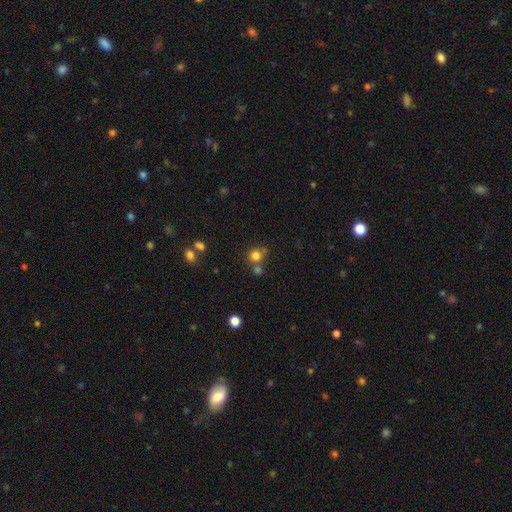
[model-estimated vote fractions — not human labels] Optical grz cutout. It shows a smooth galaxy with no disk features (79%) that is round (87%). Merging: none (61%).